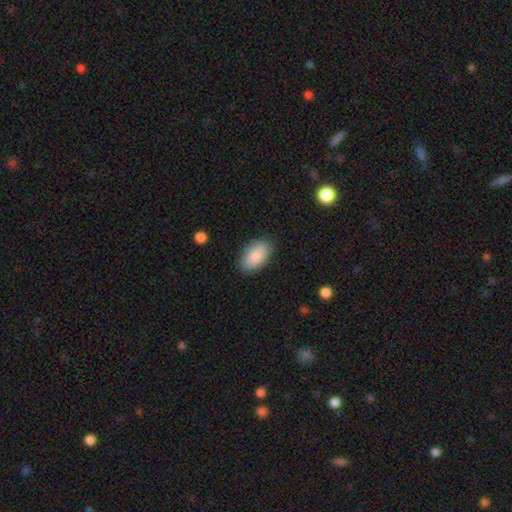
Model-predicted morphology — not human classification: A smooth galaxy with no disk features (89%) that is in between round and cigar-shaped (94%). Merging: none (85%).